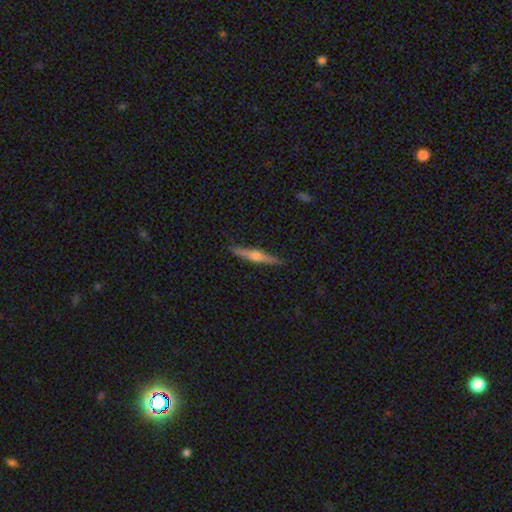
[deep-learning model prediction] The model was most divided on "smooth or featured": featured or disk: 67%, smooth: 27%, star or artifact: 6%. More confident: edge-on disk — yes (98%); merging — none (89%); edge-on bulge — rounded (86%).